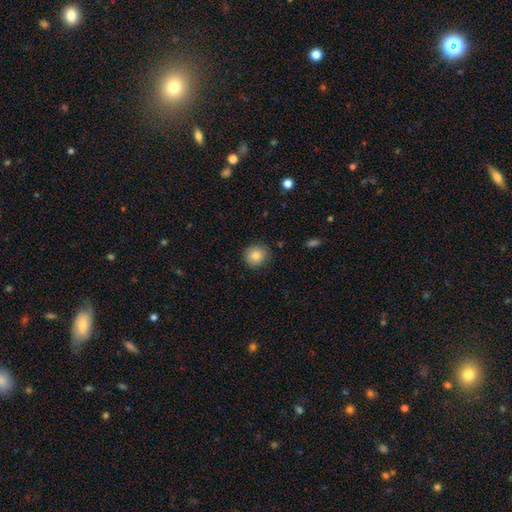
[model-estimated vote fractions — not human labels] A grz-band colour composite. It shows a smooth galaxy with no disk features (83%) that is round (89%). Merging: none (84%).